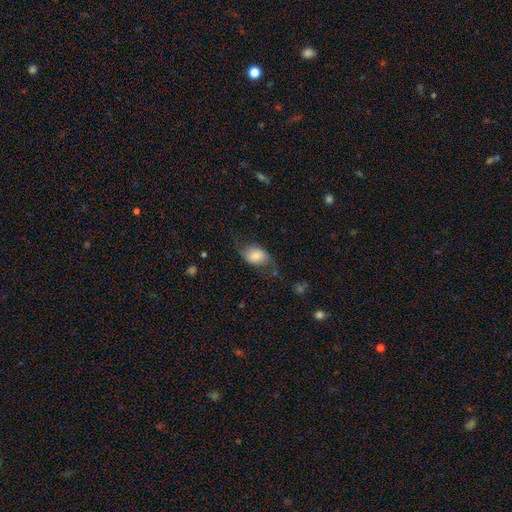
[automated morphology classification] smooth 68%, featured or disk 24%, star or artifact 8%. Down the decision tree: how rounded — in between (78%); merging — none (53%).